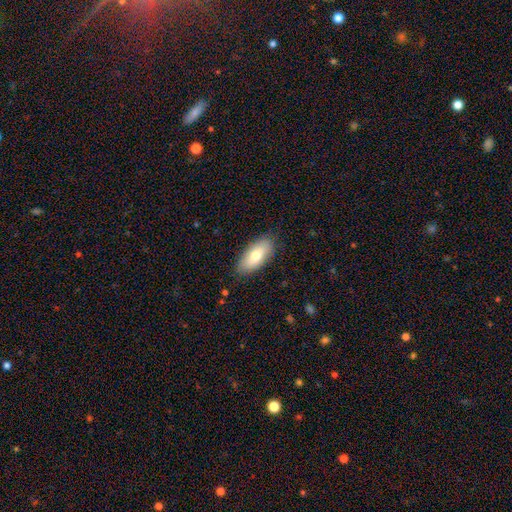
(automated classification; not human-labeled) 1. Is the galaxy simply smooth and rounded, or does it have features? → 73% smooth, 21% featured or disk, 6% star or artifact.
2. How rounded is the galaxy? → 88% in between, 9% cigar-shaped, 3% round.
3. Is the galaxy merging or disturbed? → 85% none, 12% minor disturbance, 2% major disturbance, 1% merger.